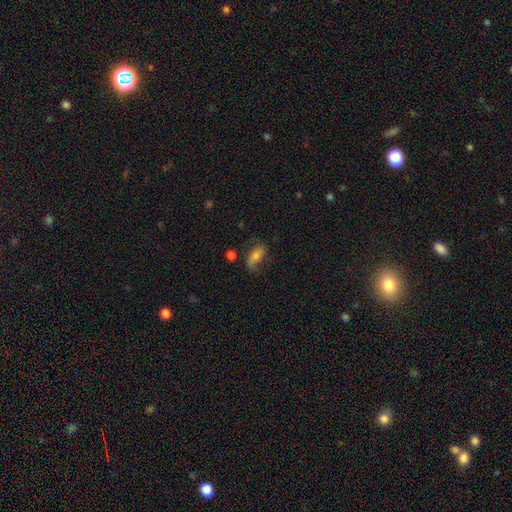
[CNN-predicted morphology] type=smooth (46%); merging=none (60%).